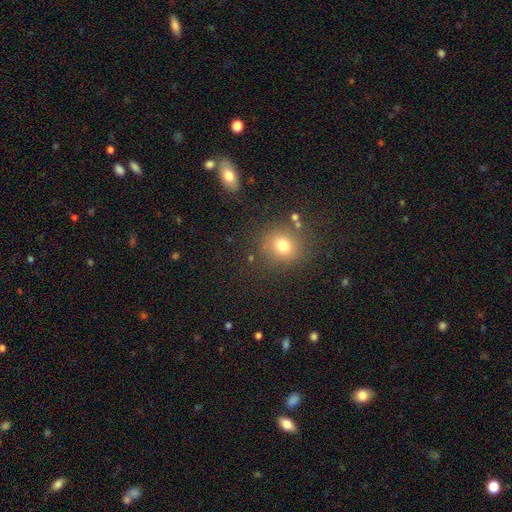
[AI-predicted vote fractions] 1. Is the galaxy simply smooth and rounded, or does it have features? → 61% smooth, 29% star or artifact, 9% featured or disk.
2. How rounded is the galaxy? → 83% round, 15% in between, 1% cigar-shaped.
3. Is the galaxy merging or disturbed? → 82% none, 9% minor disturbance, 5% merger, 4% major disturbance.